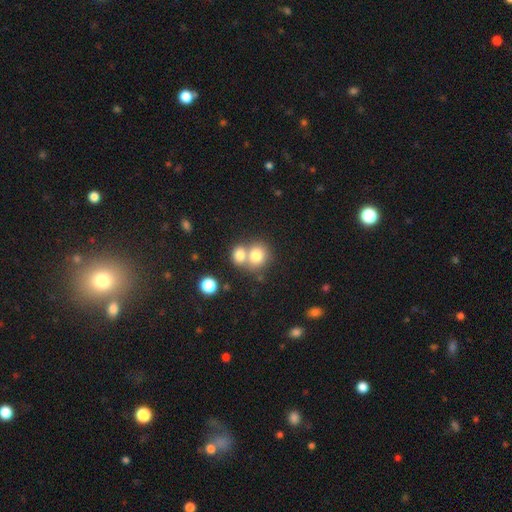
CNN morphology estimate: Smooth or featured? smooth (77%)
How rounded? round (74%)
Merging? merger (55%)